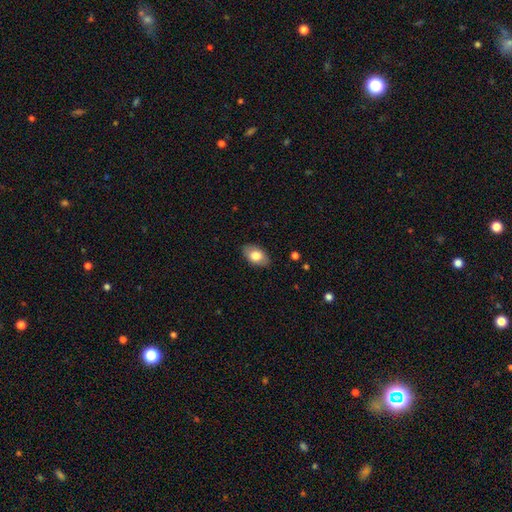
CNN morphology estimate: smooth_or_featured: smooth (p=0.77) [alt: featured or disk p=0.16]
how_rounded: in between (p=0.92) [alt: round p=0.07]
merging: none (p=0.86) [alt: minor disturbance p=0.11]